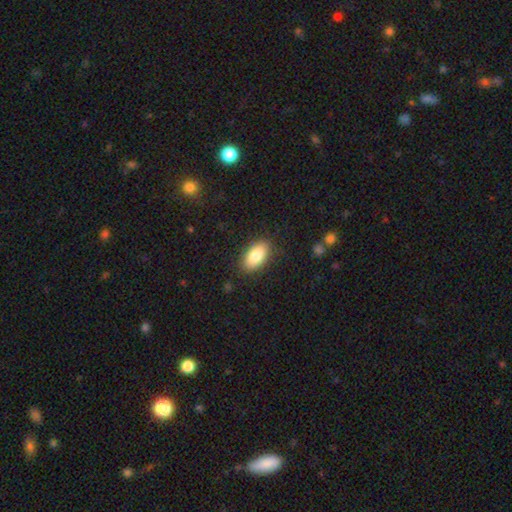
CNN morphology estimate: This appears to be a smooth galaxy with no disk features (84%) that is in between round and cigar-shaped (92%). Merging: none (86%).